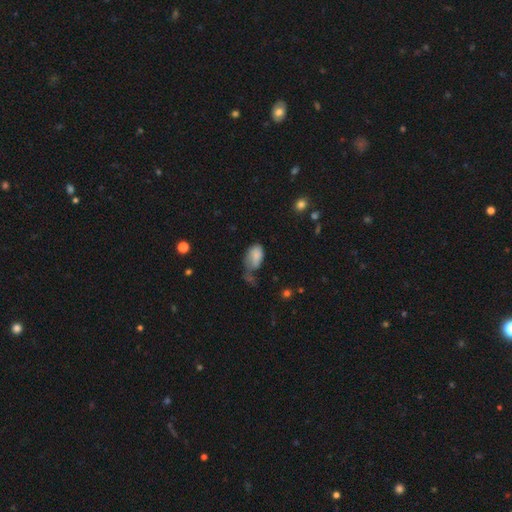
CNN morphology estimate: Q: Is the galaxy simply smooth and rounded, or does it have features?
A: smooth — 78%.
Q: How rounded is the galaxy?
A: in between — 91%.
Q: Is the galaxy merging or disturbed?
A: major disturbance — 36%.